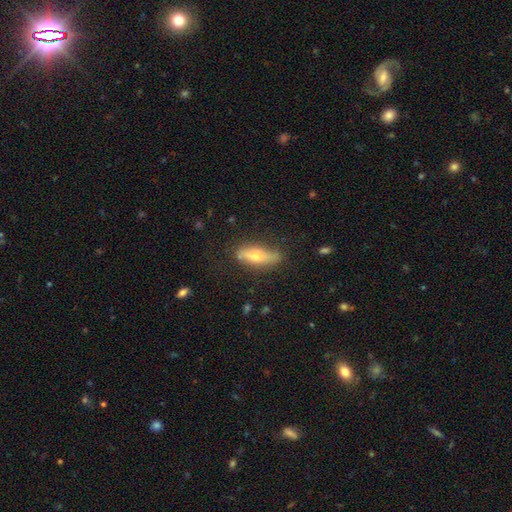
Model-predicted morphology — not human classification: smooth_or_featured: smooth (p=0.53) [alt: featured or disk p=0.40]
how_rounded: cigar-shaped (p=0.51) [alt: in between p=0.46]
merging: none (p=0.74) [alt: minor disturbance p=0.19]